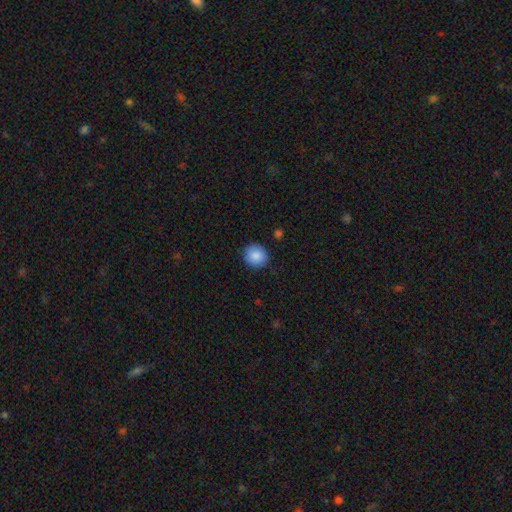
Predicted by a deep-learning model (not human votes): smooth_or_featured: smooth (p=0.88) [alt: star or artifact p=0.08]
how_rounded: round (p=0.90) [alt: in between p=0.09]
merging: none (p=0.89) [alt: minor disturbance p=0.08]